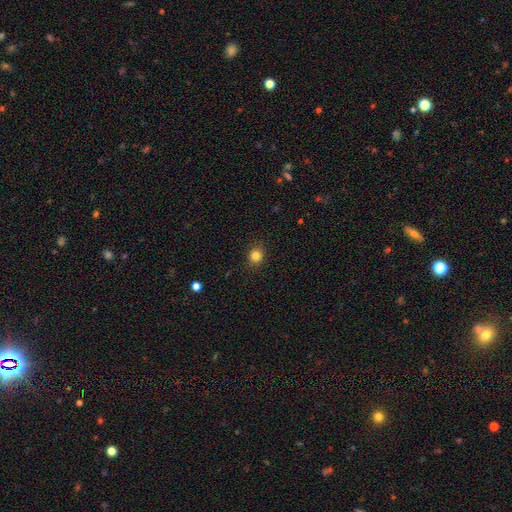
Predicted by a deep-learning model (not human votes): Morphology: type=smooth (83%); roundness=round (78%); merging=none (89%).